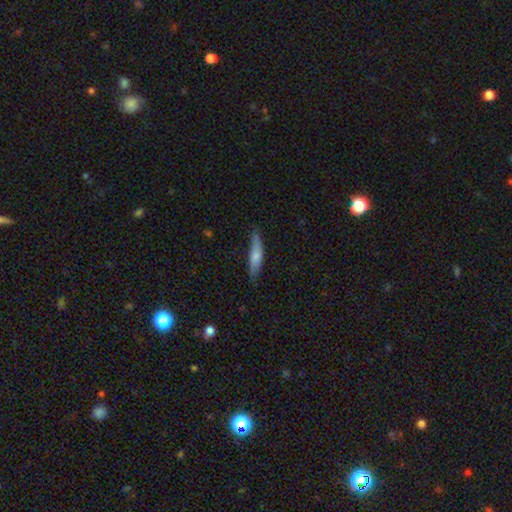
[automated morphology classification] Smooth or featured: smooth — 70% (featured or disk — 25%)
How rounded: cigar-shaped — 72% (in between — 26%)
Merging: none — 71% (minor disturbance — 23%)